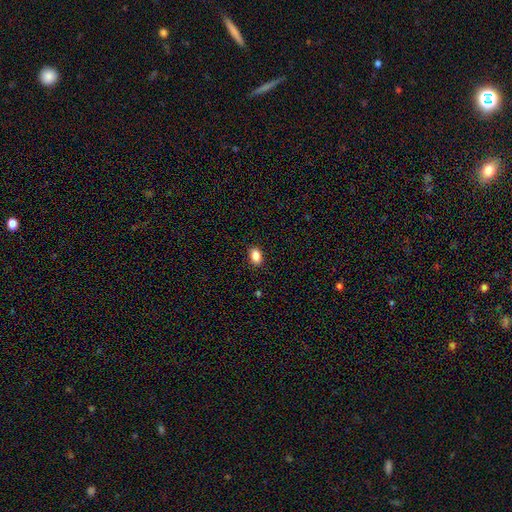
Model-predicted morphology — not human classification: Smooth or featured?
  - smooth: 87% *
  - star or artifact: 9%
  - featured or disk: 4%
How rounded?
  - in between: 83% *
  - round: 15%
  - cigar-shaped: 2%
Merging?
  - none: 89% *
  - minor disturbance: 8%
  - major disturbance: 2%
  - merger: 1%